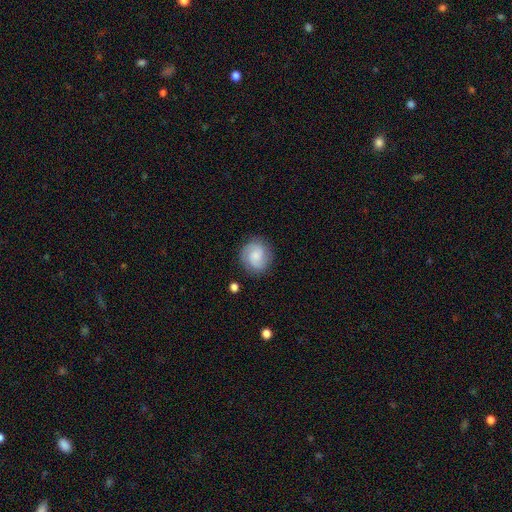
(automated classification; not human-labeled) A featured or disk galaxy (48%).

Vote fractions:
- Smooth or featured? featured or disk: 48% / smooth: 44% / star or artifact: 8%
- Merging? none: 82% / minor disturbance: 12% / major disturbance: 4% / merger: 2%